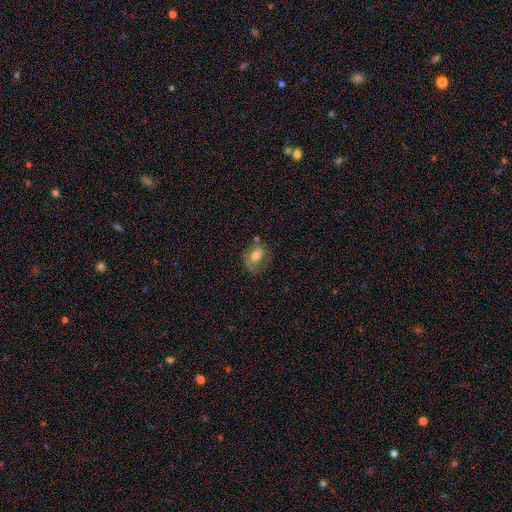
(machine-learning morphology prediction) smooth-or-featured: smooth: 46% | featured or disk: 45% | star or artifact: 9%
  merging: none: 56% | minor disturbance: 25% | major disturbance: 13% | merger: 7%